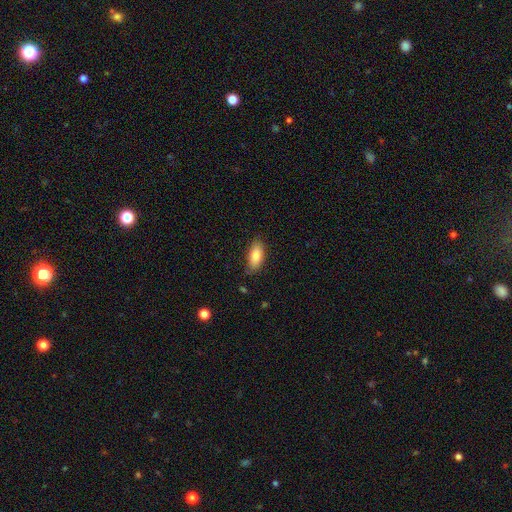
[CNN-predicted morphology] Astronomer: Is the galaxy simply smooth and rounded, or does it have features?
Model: smooth — 83%.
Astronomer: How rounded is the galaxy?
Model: in between — 87%.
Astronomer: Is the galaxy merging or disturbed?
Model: none — 82%.